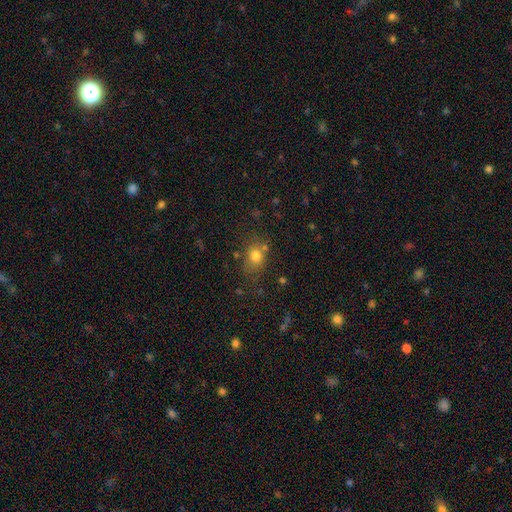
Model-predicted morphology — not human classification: Smooth or featured? smooth (76%)
How rounded? round (51%)
Merging? none (67%)